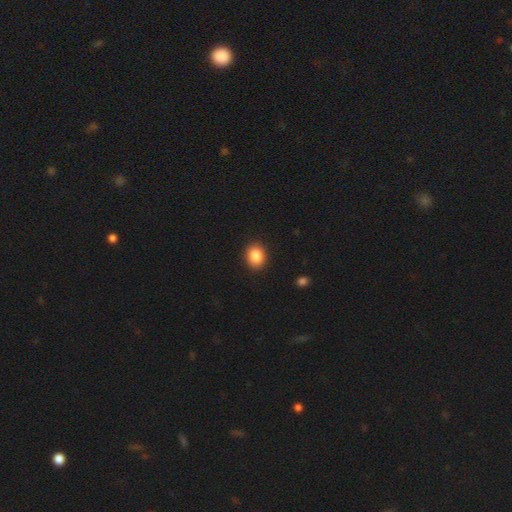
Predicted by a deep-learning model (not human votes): A smooth galaxy with no disk features (87%) that is round (52%). Merging: none (90%).